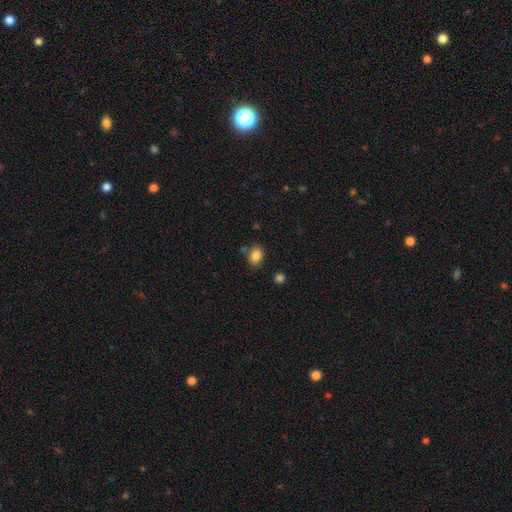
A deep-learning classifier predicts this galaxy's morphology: smooth-or-featured: smooth: 85% | star or artifact: 10% | featured or disk: 6%
  how-rounded: in between: 68% | round: 31% | cigar-shaped: 1%
  merging: none: 75% | minor disturbance: 14% | merger: 7% | major disturbance: 4%